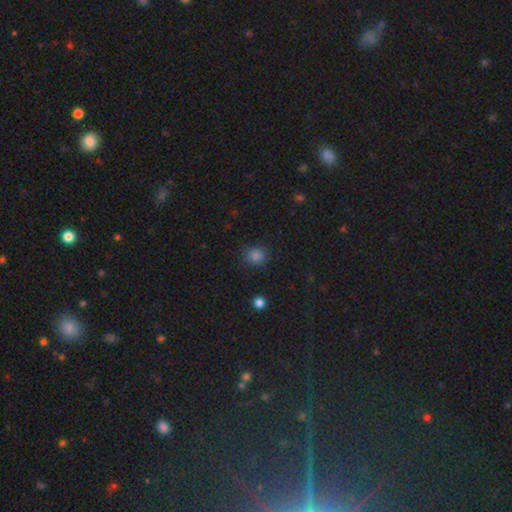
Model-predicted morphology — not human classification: smooth 81%, star or artifact 15%, featured or disk 4%. Down the decision tree: how rounded — round (79%); merging — none (85%).